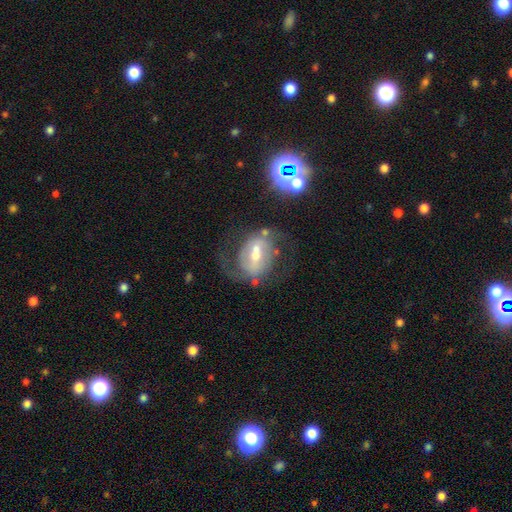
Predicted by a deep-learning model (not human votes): Smooth or featured?
  - featured or disk: 73% *
  - smooth: 15%
  - star or artifact: 12%
Edge-on disk?
  - no: 95% *
  - yes: 5%
Bar?
  - strong: 43% *
  - weak: 40%
  - no: 17%
Spiral arms?
  - yes: 81% *
  - no: 19%
Spiral winding?
  - medium: 46% *
  - loose: 30%
  - tight: 25%
Spiral arm count?
  - 2: 69% *
  - can't tell: 15%
  - 1: 10%
  - 3: 3%
  - 4: 1%
  - more than 4: 1%
Bulge size?
  - moderate: 54% *
  - small: 37%
  - large: 5%
  - none: 2%
  - dominant: 1%
Merging?
  - none: 53% *
  - major disturbance: 22%
  - minor disturbance: 19%
  - merger: 7%